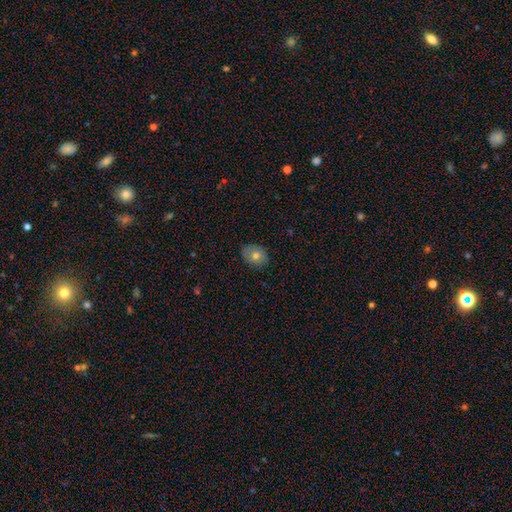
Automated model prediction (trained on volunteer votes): A smooth galaxy with no disk features (72%) that is in between round and cigar-shaped (62%). Merging: none (84%).